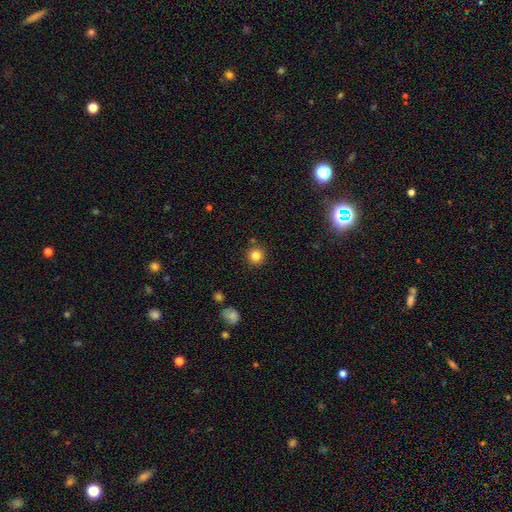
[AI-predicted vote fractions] A smooth galaxy with no disk features (83%) that is round (93%). Merging: none (87%).